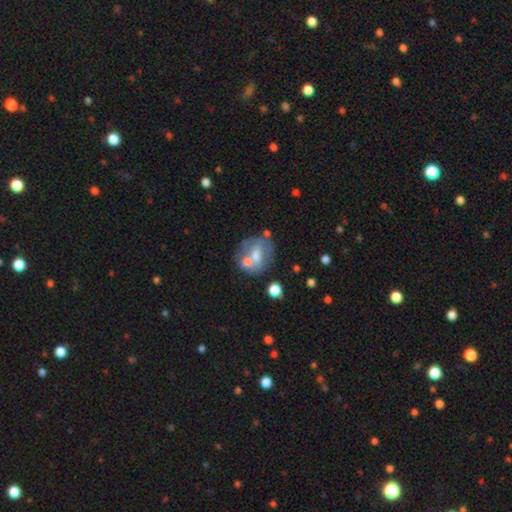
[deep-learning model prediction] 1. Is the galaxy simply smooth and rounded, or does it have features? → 51% smooth, 39% featured or disk, 10% star or artifact.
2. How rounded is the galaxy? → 54% round, 44% in between, 2% cigar-shaped.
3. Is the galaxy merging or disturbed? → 39% none, 36% merger, 16% minor disturbance, 9% major disturbance.